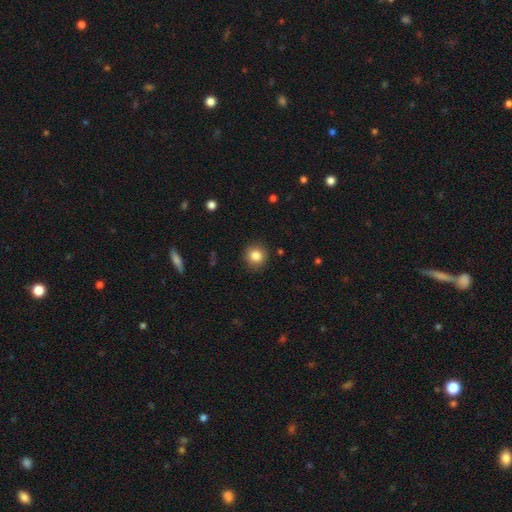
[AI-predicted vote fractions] A smooth galaxy with no disk features (85%) that is round (92%).

Vote fractions:
- Smooth or featured? smooth: 85% / star or artifact: 10% / featured or disk: 5%
- How rounded? round: 92% / in between: 7% / cigar-shaped: 1%
- Merging? none: 90% / minor disturbance: 7% / major disturbance: 2% / merger: 1%